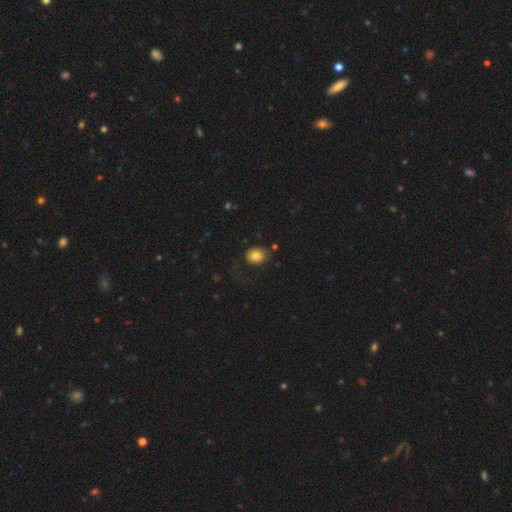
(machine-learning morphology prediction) A smooth galaxy with no disk features (80%) that is round (59%). Merging: none (72%).